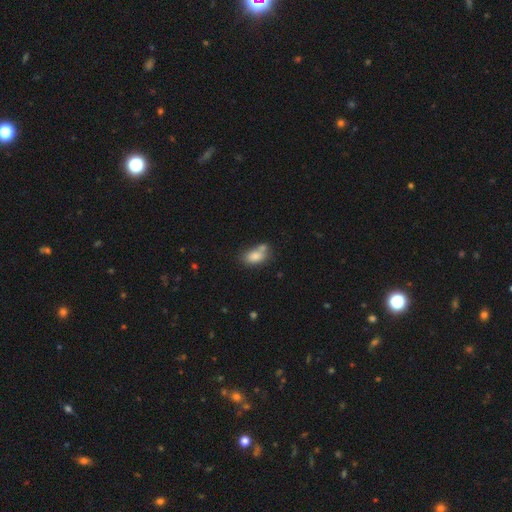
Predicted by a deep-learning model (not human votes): Morphology: type=smooth (80%); roundness=in between (87%); merging=none (42%).